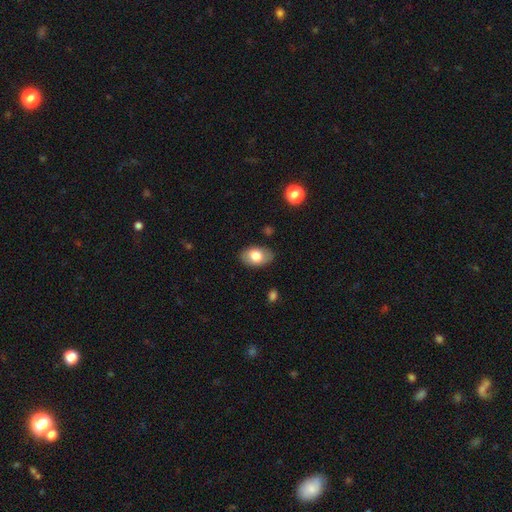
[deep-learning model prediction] Smooth or featured?
  - smooth: 78% *
  - featured or disk: 15%
  - star or artifact: 7%
How rounded?
  - in between: 90% *
  - round: 9%
  - cigar-shaped: 1%
Merging?
  - none: 85% *
  - minor disturbance: 12%
  - major disturbance: 3%
  - merger: 1%